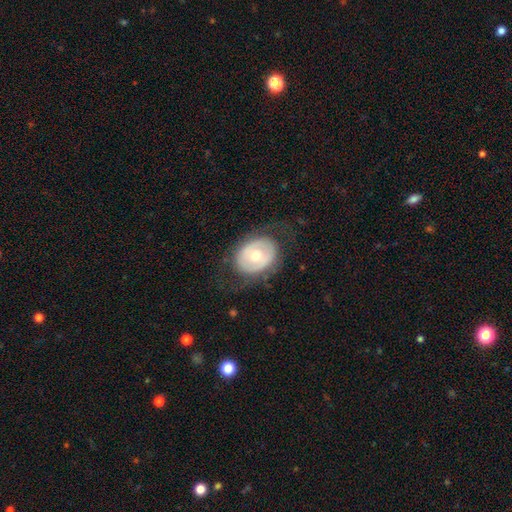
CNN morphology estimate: Smooth or featured? Predicted: featured or disk (p=0.53). Edge-on disk? Predicted: no (p=0.94). Merging? Predicted: none (p=0.70).